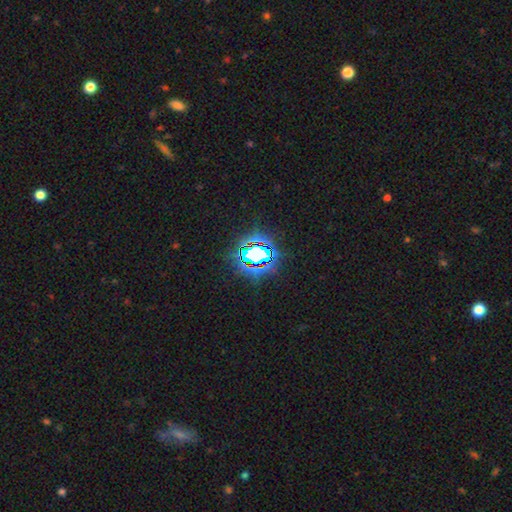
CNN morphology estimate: Smooth or featured? star or artifact (75%)